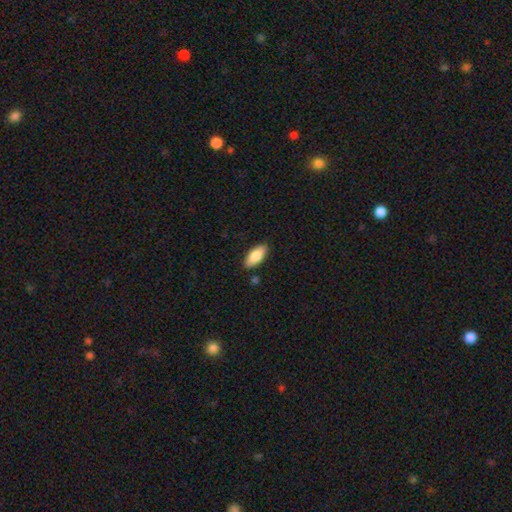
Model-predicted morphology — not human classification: smooth-or-featured: smooth: 83% | featured or disk: 11% | star or artifact: 6%
  how-rounded: in between: 85% | cigar-shaped: 12% | round: 2%
  merging: none: 85% | minor disturbance: 11% | major disturbance: 2% | merger: 2%